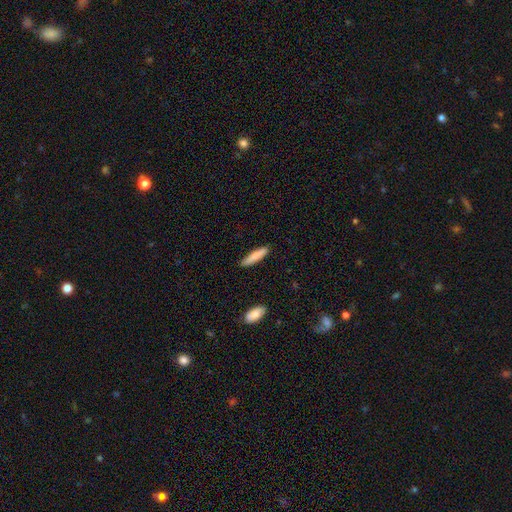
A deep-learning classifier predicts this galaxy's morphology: A smooth galaxy with no disk features (84%) that is cigar-shaped (82%). Merging: none (89%).